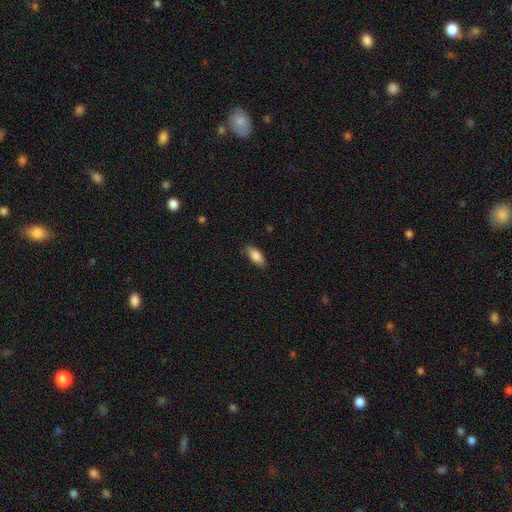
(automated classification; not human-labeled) smooth_or_featured: smooth (p=0.85) [alt: featured or disk p=0.09]
how_rounded: in between (p=0.86) [alt: cigar-shaped p=0.12]
merging: none (p=0.81) [alt: minor disturbance p=0.15]